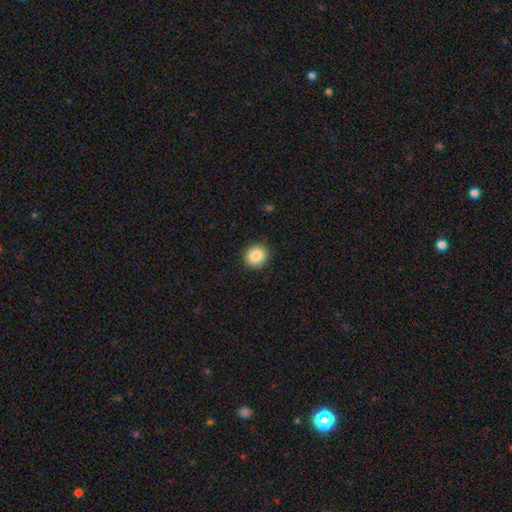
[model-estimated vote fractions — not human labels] smooth 87%, star or artifact 8%, featured or disk 4%. Down the decision tree: how rounded — round (85%); merging — none (90%).